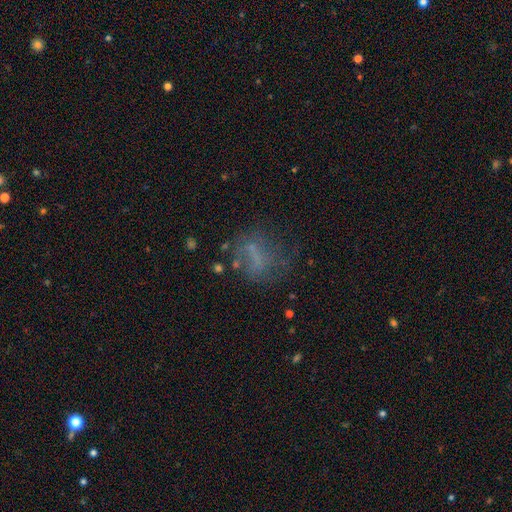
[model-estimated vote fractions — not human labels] Smooth or featured: smooth — 43% (featured or disk — 35%)
Merging: none — 48% (major disturbance — 26%)